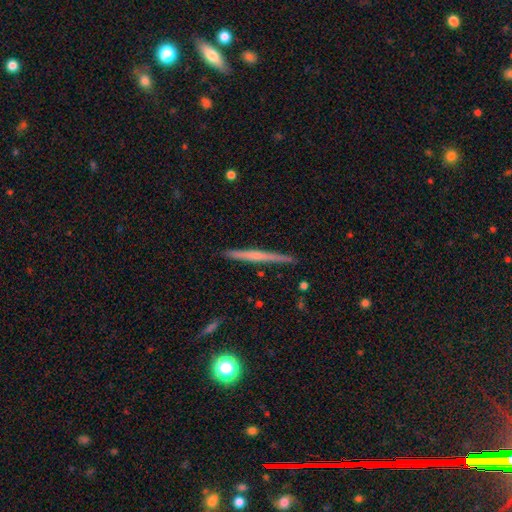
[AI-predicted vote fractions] Q: Smooth or featured?
A: featured or disk (60%); runner-up: smooth (34%)
Q: Edge-on disk?
A: yes (98%); runner-up: no (2%)
Q: Edge-on bulge?
A: none (53%); runner-up: rounded (41%)
Q: Merging?
A: none (91%); runner-up: minor disturbance (7%)